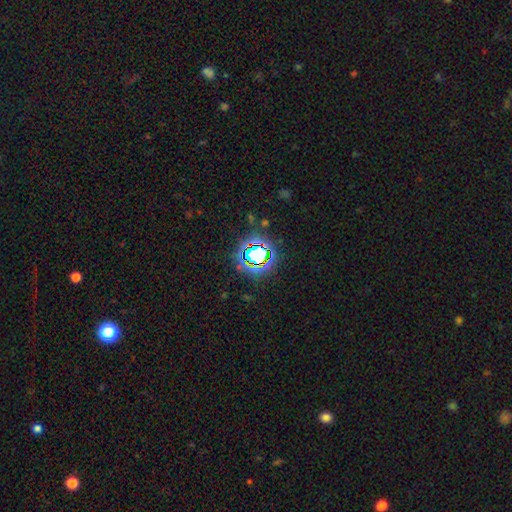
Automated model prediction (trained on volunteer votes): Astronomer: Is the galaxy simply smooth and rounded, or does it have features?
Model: star or artifact — 66%.